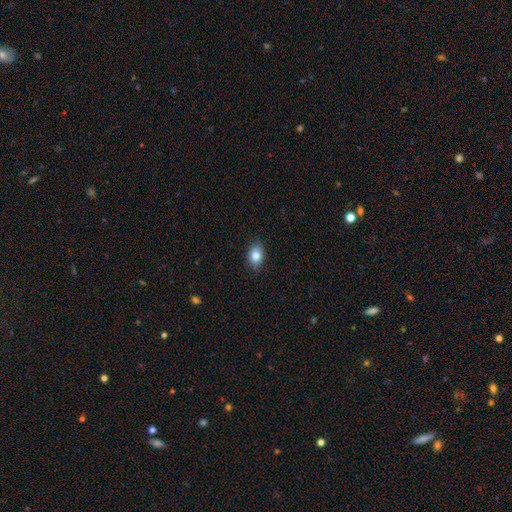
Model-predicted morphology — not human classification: Smooth or featured? smooth (81%)
How rounded? in between (75%)
Merging? none (84%)